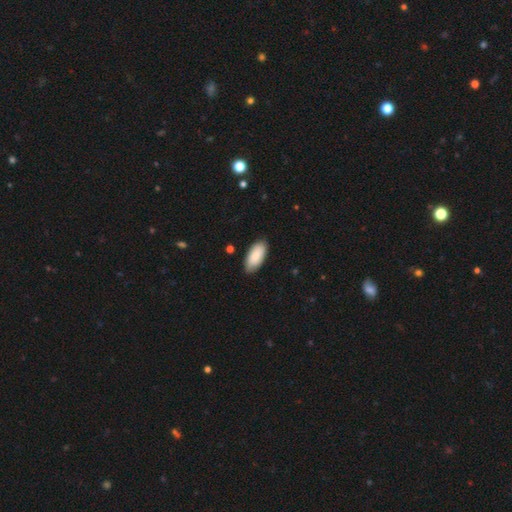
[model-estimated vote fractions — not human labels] smooth-or-featured: smooth: 84% | featured or disk: 11% | star or artifact: 6%
  how-rounded: in between: 91% | cigar-shaped: 7% | round: 2%
  merging: none: 85% | minor disturbance: 12% | major disturbance: 2% | merger: 1%